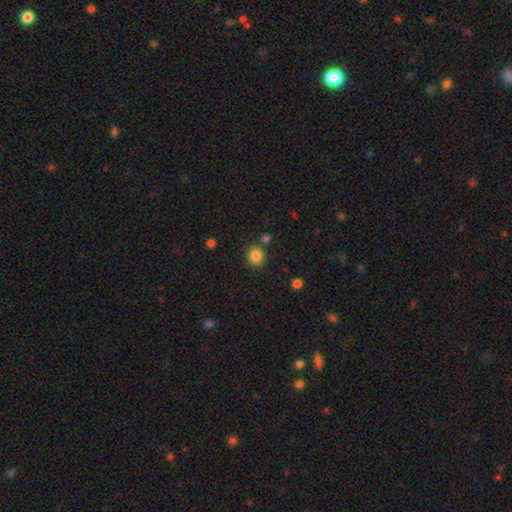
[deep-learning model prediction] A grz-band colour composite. It shows a smooth galaxy with no disk features (84%) that is round (85%). Merging: none (82%).